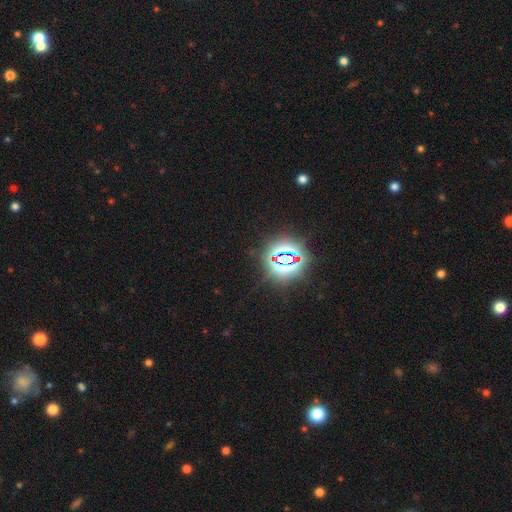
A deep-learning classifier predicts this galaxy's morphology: star or artifact 76%, smooth 19%, featured or disk 6%.